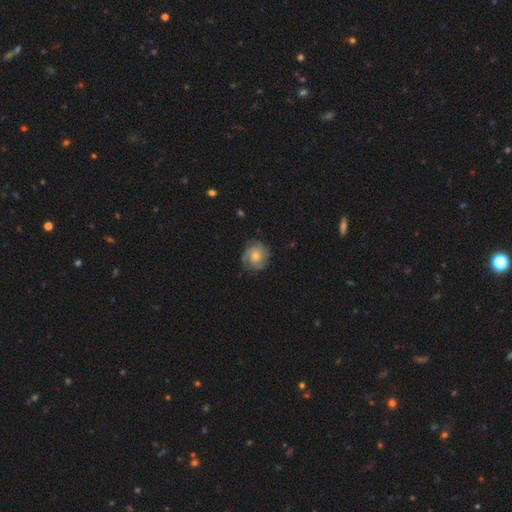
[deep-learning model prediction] smooth-or-featured: featured or disk: 53% | smooth: 40% | star or artifact: 7%
  disk-edge-on: no: 98% | yes: 2%
    bar: no: 80% | weak: 18% | strong: 2%
    has-spiral-arms: yes: 86% | no: 14%
    bulge-size: moderate: 53% | small: 37% | large: 6% | none: 3% | dominant: 1%
  merging: none: 72% | minor disturbance: 20% | major disturbance: 7% | merger: 1%